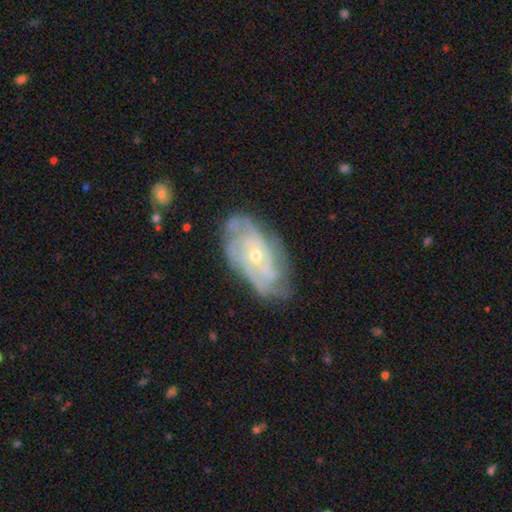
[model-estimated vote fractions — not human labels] A featured or disk galaxy (85%) with no bar (74%), tight (64%) spiral arms (93%) and a small central bulge (53%). Merging: none (69%).